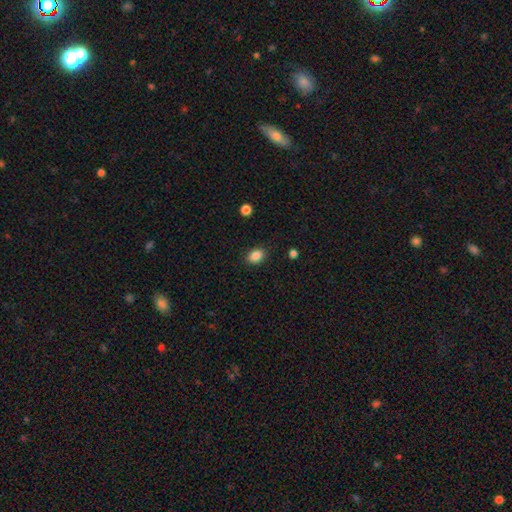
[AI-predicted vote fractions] smooth_or_featured: smooth (p=0.87) [alt: star or artifact p=0.09]
how_rounded: in between (p=0.73) [alt: round p=0.26]
merging: none (p=0.87) [alt: minor disturbance p=0.09]